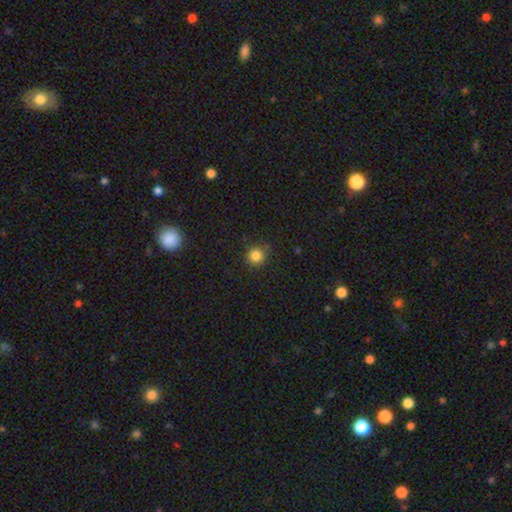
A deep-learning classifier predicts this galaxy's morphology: Overall: smooth (84%). How rounded: round (93%). Merging: none (88%).